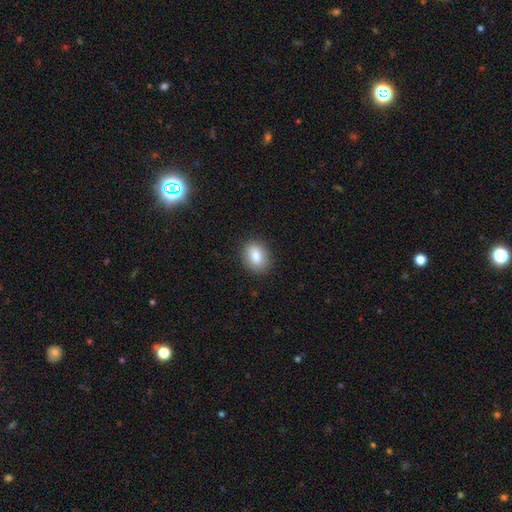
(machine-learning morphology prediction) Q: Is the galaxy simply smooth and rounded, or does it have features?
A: smooth — 84%.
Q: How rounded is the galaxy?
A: in between — 59%.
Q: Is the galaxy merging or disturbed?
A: none — 87%.